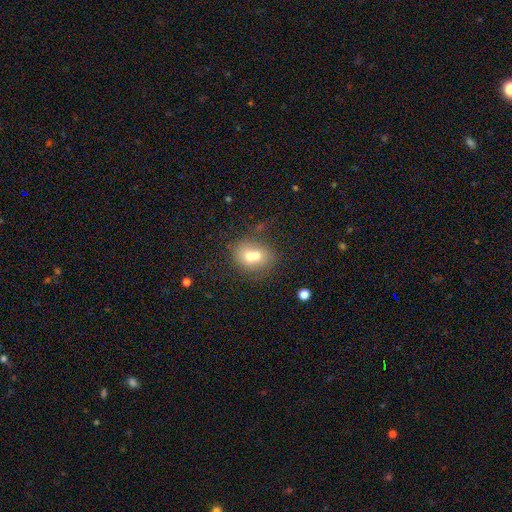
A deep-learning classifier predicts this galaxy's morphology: This appears to be a smooth galaxy with no disk features (64%) that is round (52%). Merging: merger (55%).